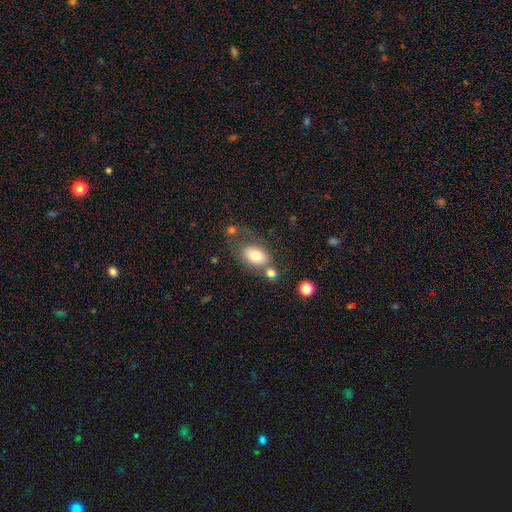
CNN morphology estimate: smooth-or-featured: smooth: 76% | featured or disk: 15% | star or artifact: 9%
  how-rounded: in between: 81% | round: 18% | cigar-shaped: 1%
  merging: none: 52% | merger: 21% | minor disturbance: 18% | major disturbance: 10%